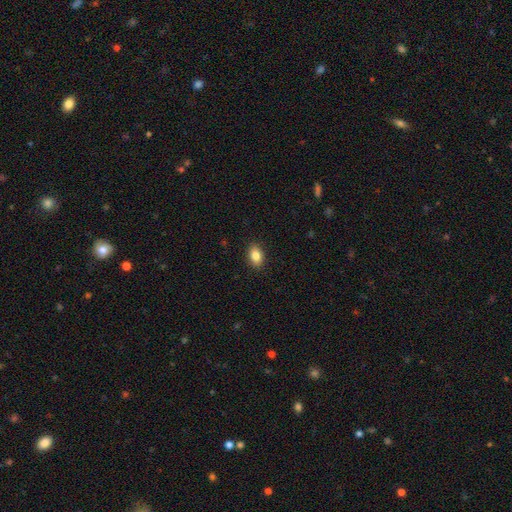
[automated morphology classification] smooth 84%, star or artifact 8%, featured or disk 7%. Down the decision tree: how rounded — in between (85%); merging — none (90%).